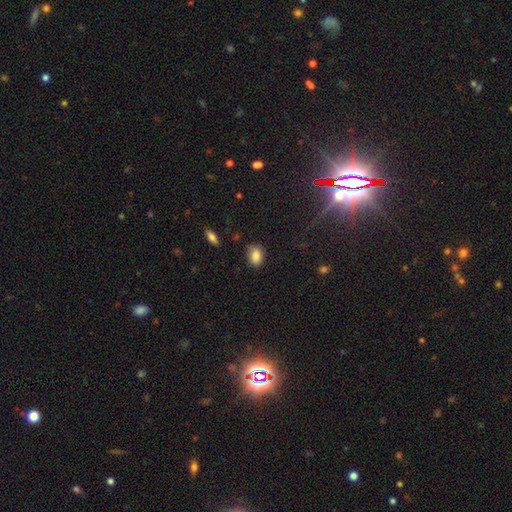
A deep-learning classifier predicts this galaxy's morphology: A smooth galaxy with no disk features (84%) that is in between round and cigar-shaped (75%). Merging: none (78%).